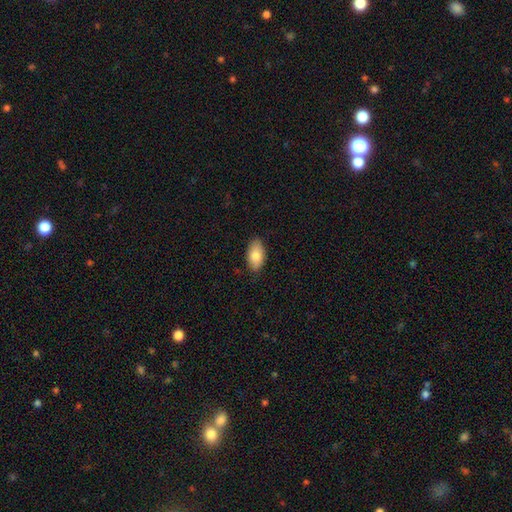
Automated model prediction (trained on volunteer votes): This is clearly a smooth galaxy (82%). How rounded: clearly in between (94%). Merging: clearly none (85%).